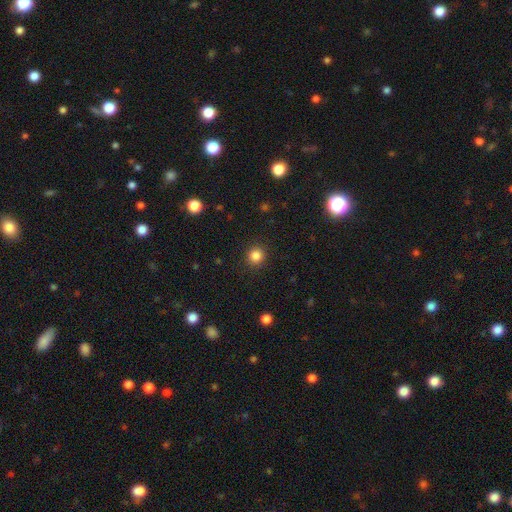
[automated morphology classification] The model was most divided on "smooth or featured": smooth: 84%, star or artifact: 12%, featured or disk: 4%. More confident: how rounded — round (93%); merging — none (90%).